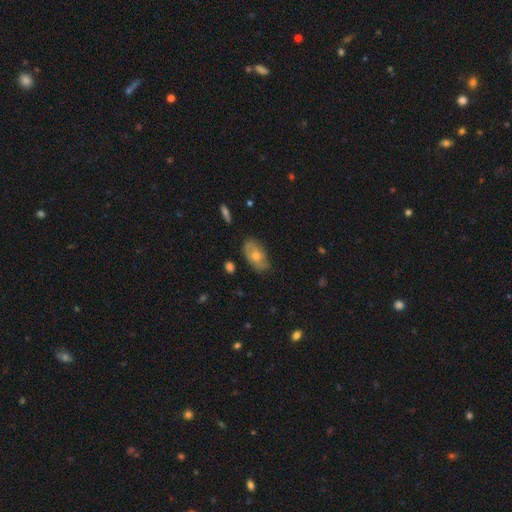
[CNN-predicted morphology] Smooth or featured? Predicted: featured or disk (p=0.49). Merging? Predicted: none (p=0.77).